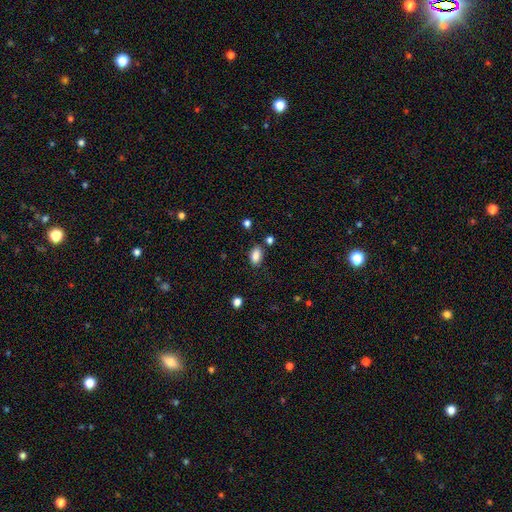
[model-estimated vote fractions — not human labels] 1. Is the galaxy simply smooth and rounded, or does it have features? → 87% smooth, 9% star or artifact, 4% featured or disk.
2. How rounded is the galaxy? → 90% in between, 7% round, 3% cigar-shaped.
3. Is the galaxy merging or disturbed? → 76% none, 16% minor disturbance, 4% merger, 4% major disturbance.